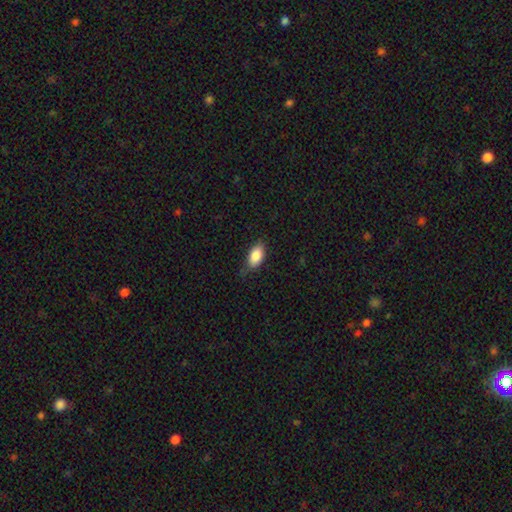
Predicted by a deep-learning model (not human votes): Smooth or featured? Predicted: smooth (p=0.86). How rounded? Predicted: in between (p=0.91). Merging? Predicted: none (p=0.75).